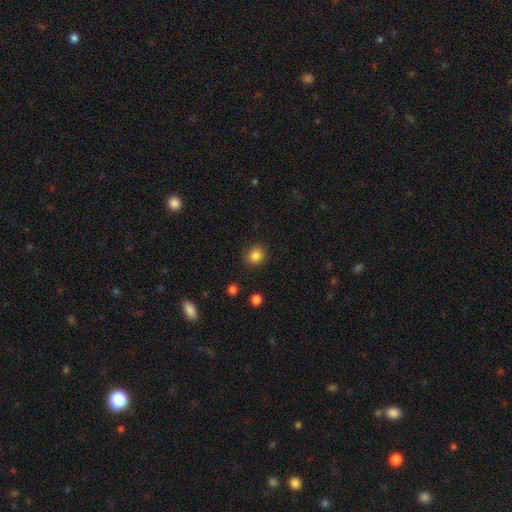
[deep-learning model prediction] Overall: smooth (85%). How rounded: round (81%). Merging: none (84%).